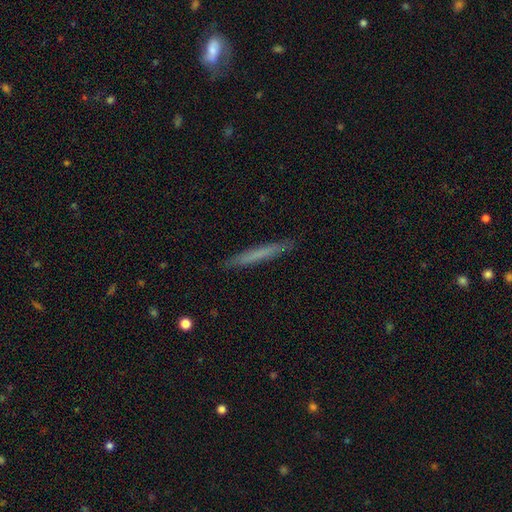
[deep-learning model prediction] smooth_or_featured: smooth (p=0.61) [alt: featured or disk p=0.33]
how_rounded: cigar-shaped (p=0.97) [alt: in between p=0.02]
merging: none (p=0.91) [alt: minor disturbance p=0.07]